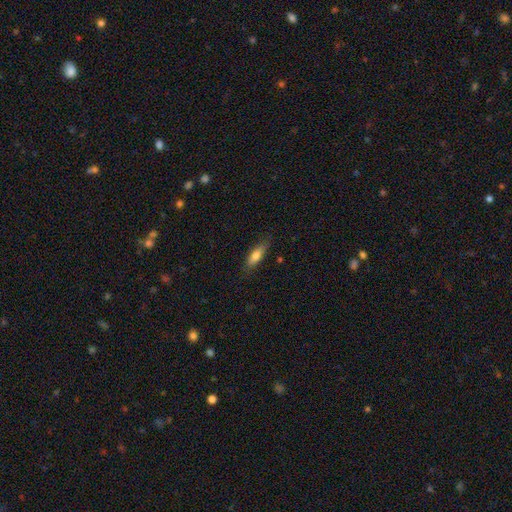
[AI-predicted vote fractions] This is likely a smooth galaxy (69%). How rounded: possibly cigar-shaped (51%). Merging: clearly none (80%).